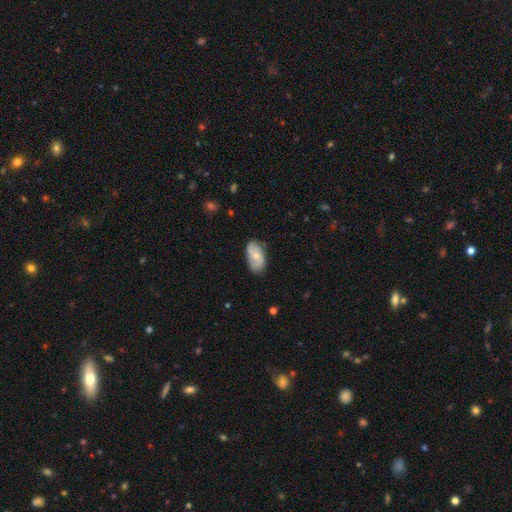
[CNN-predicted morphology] The model was most divided on "smooth or featured": featured or disk: 48%, smooth: 45%, star or artifact: 6%. More confident: merging — none (72%).